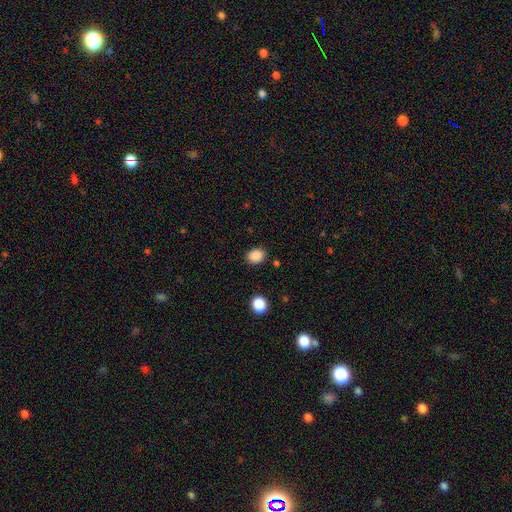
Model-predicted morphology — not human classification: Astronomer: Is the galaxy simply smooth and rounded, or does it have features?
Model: smooth — 87%.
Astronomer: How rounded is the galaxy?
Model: in between — 52% (runner-up: round, 47%).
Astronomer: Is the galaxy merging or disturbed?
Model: none — 85%.